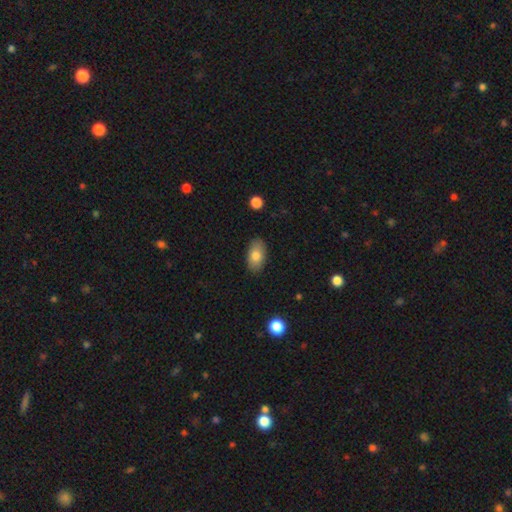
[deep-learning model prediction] Q: Smooth or featured?
A: smooth (80%); runner-up: featured or disk (13%)
Q: How rounded?
A: in between (93%); runner-up: round (5%)
Q: Merging?
A: none (85%); runner-up: minor disturbance (11%)